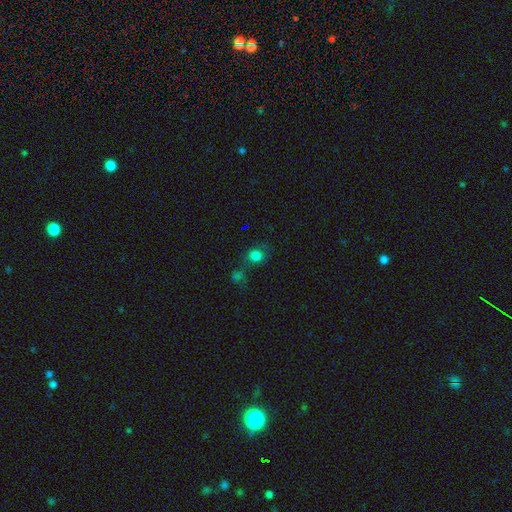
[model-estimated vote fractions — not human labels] The model was most divided on "merging": none: 66%, merger: 15%, minor disturbance: 13%, major disturbance: 6%. More confident: how rounded — round (80%); smooth or featured — smooth (77%).